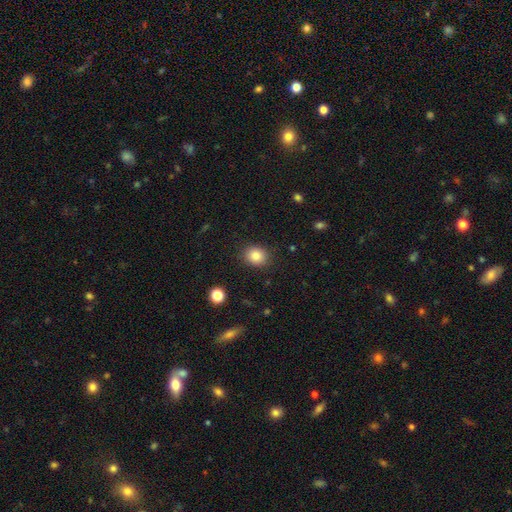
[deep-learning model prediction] Smooth or featured? Predicted: smooth (p=0.85). How rounded? Predicted: round (p=0.64). Merging? Predicted: none (p=0.88).